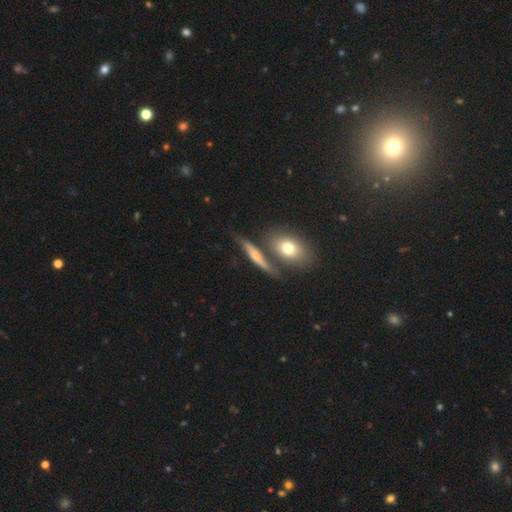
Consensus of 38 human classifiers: Q: Smooth or featured?
A: featured or disk (55%); runner-up: smooth (37%)
Q: Edge-on disk?
A: yes (86%); runner-up: no (14%)
Q: Edge-on bulge?
A: rounded (72%); runner-up: none (22%)
Q: Merging?
A: none (51%); runner-up: minor disturbance (20%)